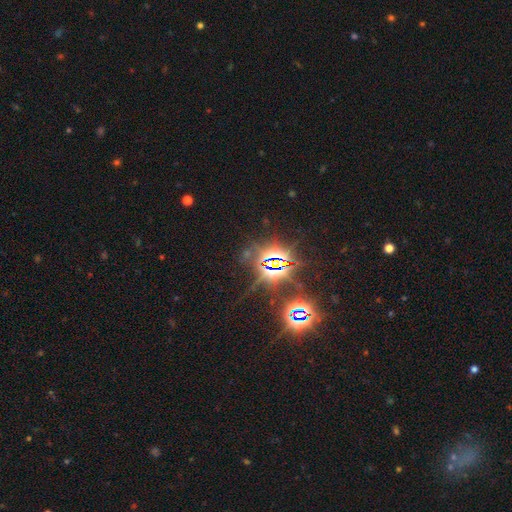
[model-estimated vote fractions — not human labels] Smooth or featured?
  - star or artifact: 82% *
  - smooth: 9%
  - featured or disk: 9%